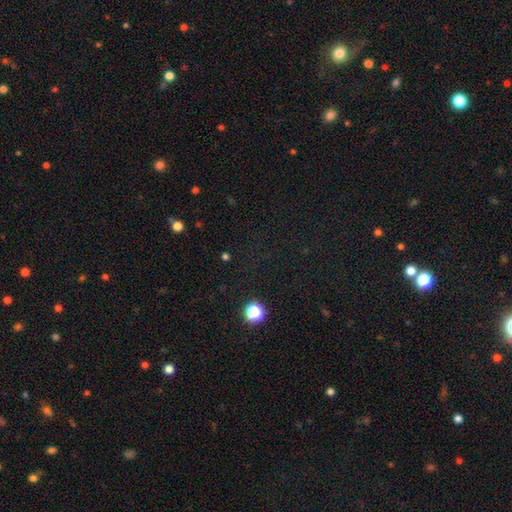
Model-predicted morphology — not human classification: Smooth or featured? star or artifact (67%)